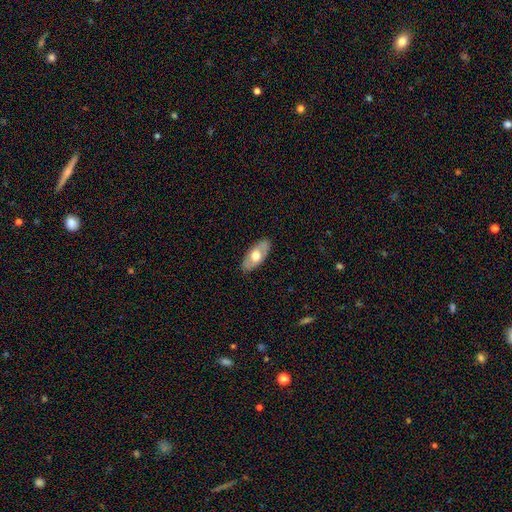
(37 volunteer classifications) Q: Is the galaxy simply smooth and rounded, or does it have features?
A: smooth — 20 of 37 (54%).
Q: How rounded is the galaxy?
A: in between — 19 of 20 (95%).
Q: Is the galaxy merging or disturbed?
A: none — 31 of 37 (84%).